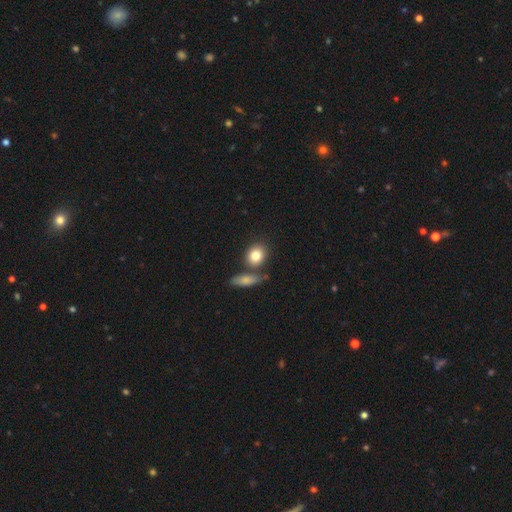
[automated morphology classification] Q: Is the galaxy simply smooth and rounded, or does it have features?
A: smooth — 81%.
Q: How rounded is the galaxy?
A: round — 61%.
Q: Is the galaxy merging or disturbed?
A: none — 65%.